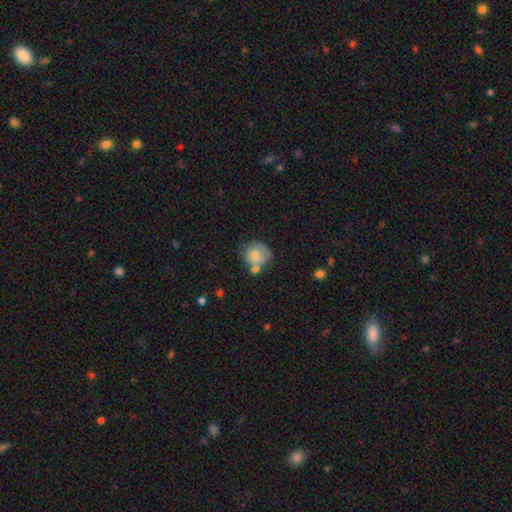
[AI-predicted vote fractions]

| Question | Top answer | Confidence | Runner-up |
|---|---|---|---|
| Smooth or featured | smooth | 70% | featured or disk (23%) |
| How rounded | round | 75% | in between (24%) |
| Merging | none | 47% | minor disturbance (25%) |